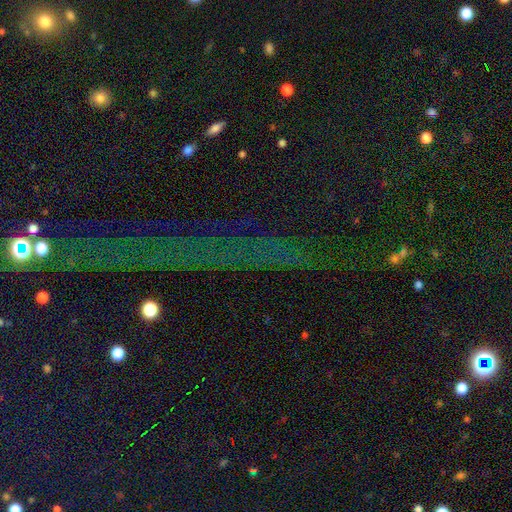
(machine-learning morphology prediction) A star or artifact, not a galaxy (81%).

Vote fractions:
- Smooth or featured? star or artifact: 81% / smooth: 10% / featured or disk: 10%